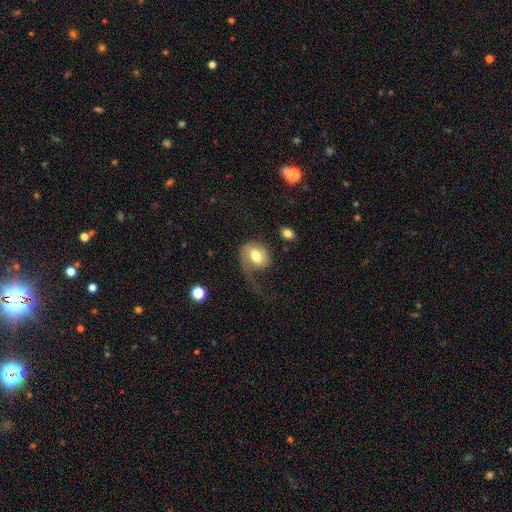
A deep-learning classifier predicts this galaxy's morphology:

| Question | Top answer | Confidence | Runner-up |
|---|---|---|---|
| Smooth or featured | smooth | 59% | featured or disk (34%) |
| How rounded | in between | 49% | tied: round (49%) |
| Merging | major disturbance | 48% | none (31%) |